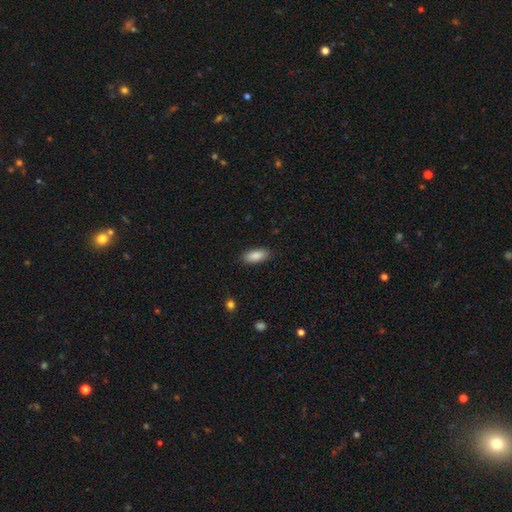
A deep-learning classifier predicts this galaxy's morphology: smooth_or_featured: smooth (p=0.88) [alt: star or artifact p=0.07]
how_rounded: in between (p=0.85) [alt: cigar-shaped p=0.13]
merging: none (p=0.88) [alt: minor disturbance p=0.09]